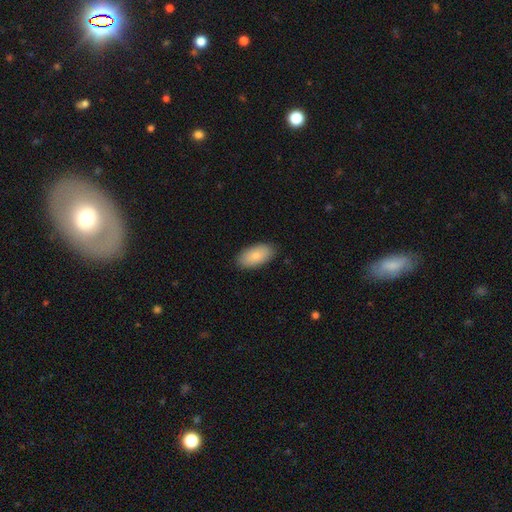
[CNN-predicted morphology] Overall: smooth (85%). How rounded: in between (94%). Merging: none (87%).